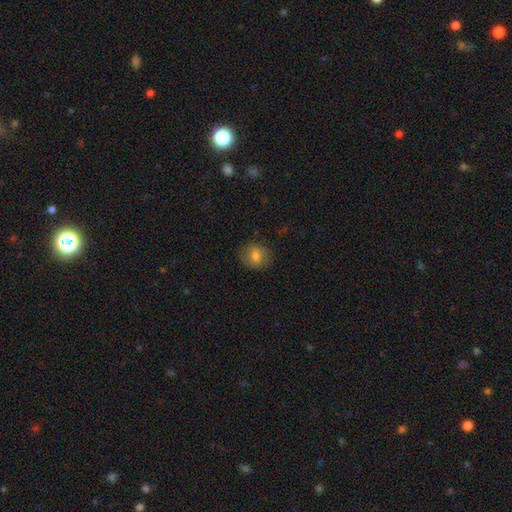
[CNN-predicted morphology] smooth 77%, featured or disk 14%, star or artifact 10%. Down the decision tree: how rounded — round (68%); merging — none (83%).